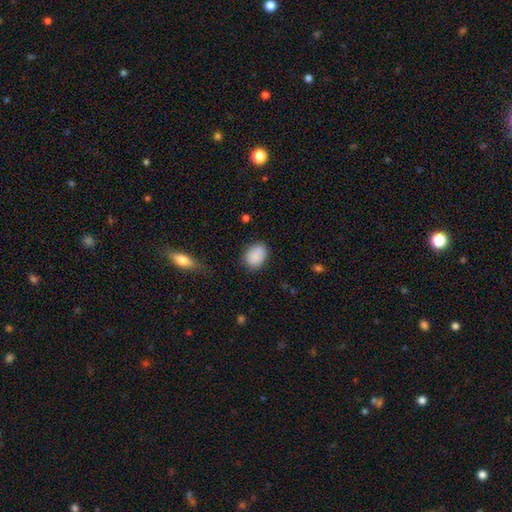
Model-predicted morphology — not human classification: Smooth or featured? Predicted: smooth (p=0.88). How rounded? Predicted: in between (p=0.71). Merging? Predicted: none (p=0.77).